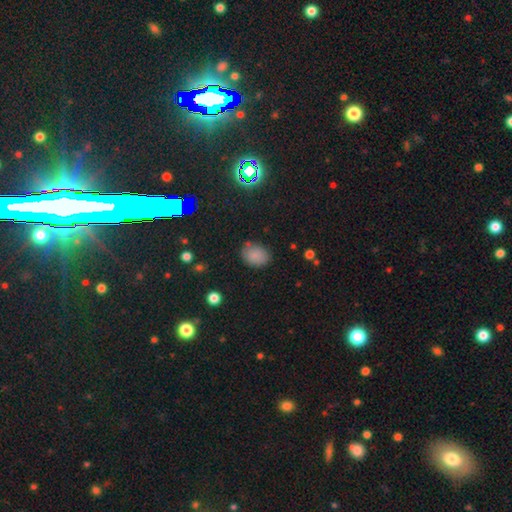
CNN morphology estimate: Smooth or featured: smooth — 81% (star or artifact — 13%)
How rounded: in between — 63% (round — 36%)
Merging: none — 77% (minor disturbance — 17%)